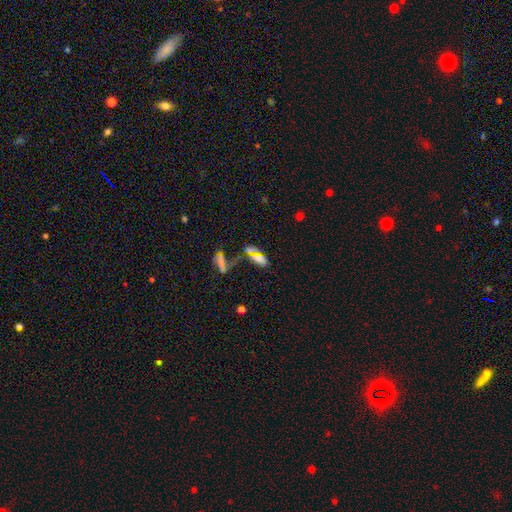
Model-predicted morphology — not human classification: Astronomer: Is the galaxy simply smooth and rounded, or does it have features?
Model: smooth — 58%.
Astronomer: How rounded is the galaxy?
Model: in between — 69%.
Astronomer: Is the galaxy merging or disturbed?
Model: merger — 50% (runner-up: none, 25%).